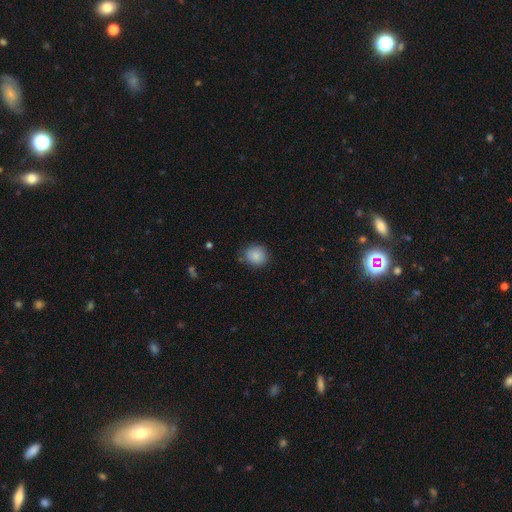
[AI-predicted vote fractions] Smooth or featured? Predicted: smooth (p=0.86). How rounded? Predicted: round (p=0.80). Merging? Predicted: none (p=0.79).